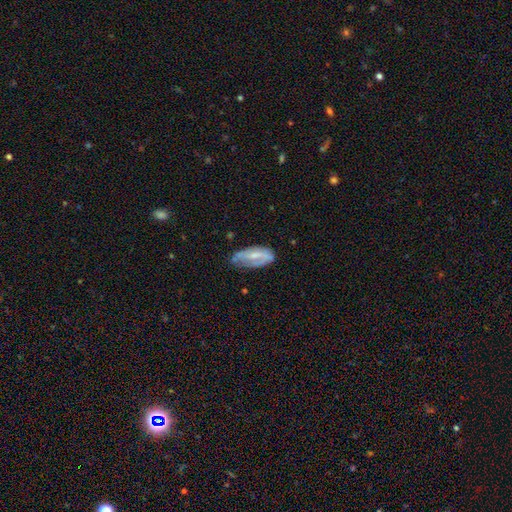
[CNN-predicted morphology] This is possibly a featured or disk galaxy (56%). It is clearly not viewed edge-on (90%). Bar: marginally no (43%). Spiral arm pattern: likely yes (65%). Central bulge: possibly small (52%). Merging: possibly none (50%).